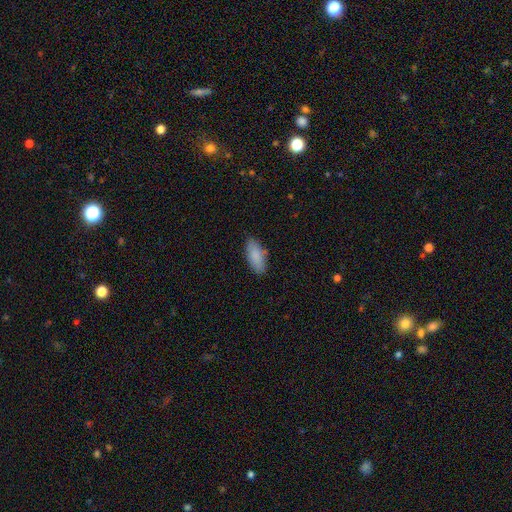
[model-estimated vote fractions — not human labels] This appears to be a smooth galaxy with no disk features (87%) that is in between round and cigar-shaped (83%). Merging: none (84%).